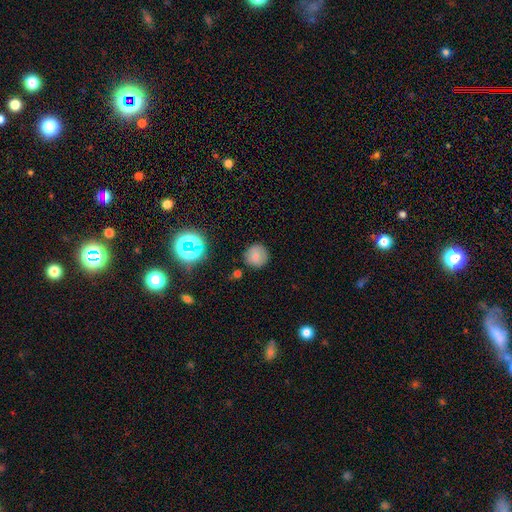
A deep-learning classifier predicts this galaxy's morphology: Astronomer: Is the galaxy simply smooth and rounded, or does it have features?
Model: smooth — 75%.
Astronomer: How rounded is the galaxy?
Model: round — 93%.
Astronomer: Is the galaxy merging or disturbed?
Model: none — 84%.